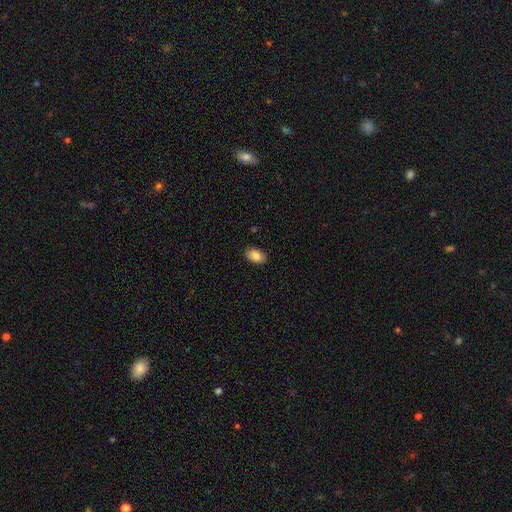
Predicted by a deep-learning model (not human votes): Smooth or featured? Predicted: smooth (p=0.81). How rounded? Predicted: in between (p=0.91). Merging? Predicted: none (p=0.86).